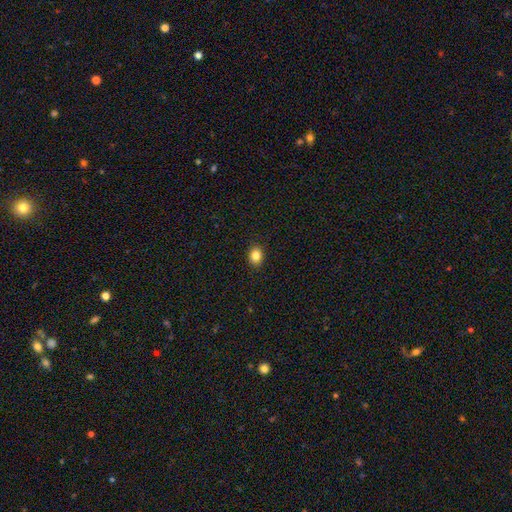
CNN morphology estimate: Smooth or featured? smooth (84%)
How rounded? round (52%)
Merging? none (91%)